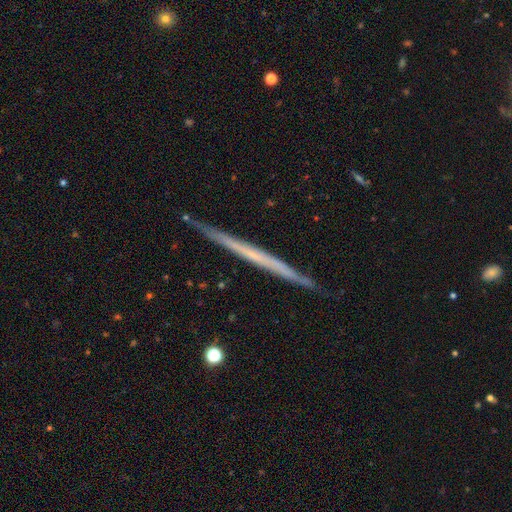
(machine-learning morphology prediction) A featured or disk galaxy (64%) viewed edge-on (98%) with no central bulge (88%).

Vote fractions:
- Smooth or featured? featured or disk: 64% / smooth: 29% / star or artifact: 6%
- Edge-on disk? yes: 98% / no: 2%
- Edge-on bulge? none: 88% / rounded: 9% / boxy: 3%
- Merging? none: 90% / minor disturbance: 7% / major disturbance: 1% / merger: 1%